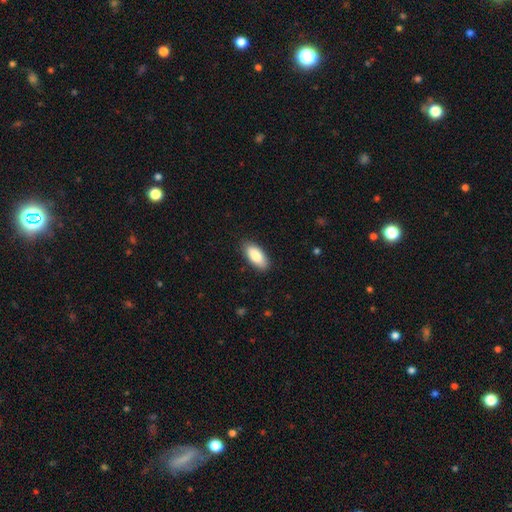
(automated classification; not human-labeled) The model was most divided on "how rounded": in between: 88%, cigar-shaped: 10%, round: 2%. More confident: merging — none (87%); smooth or featured — smooth (87%).